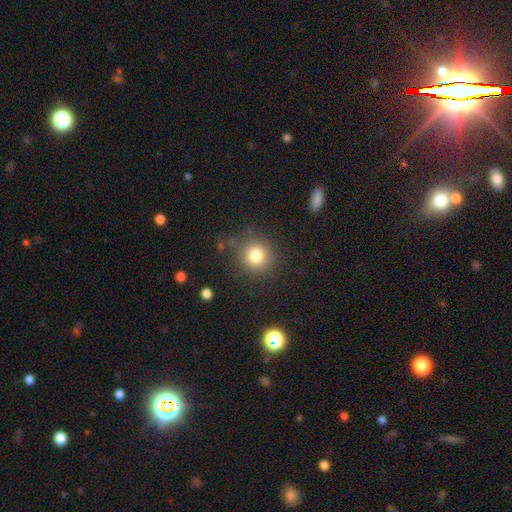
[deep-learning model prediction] Morphology: type=smooth (80%); roundness=round (91%); merging=none (83%).